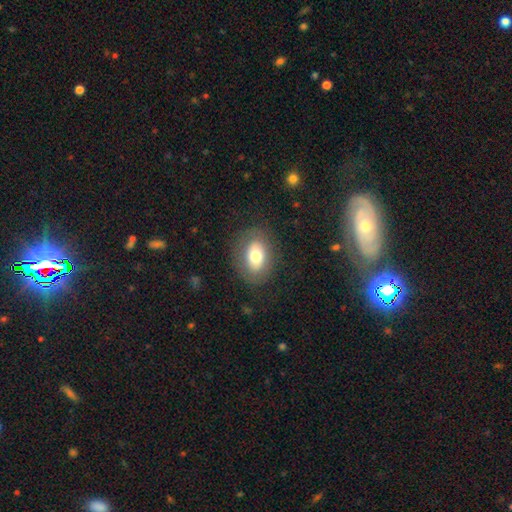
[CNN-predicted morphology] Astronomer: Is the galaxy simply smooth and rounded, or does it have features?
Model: smooth — 68%.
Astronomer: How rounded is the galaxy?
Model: in between — 76%.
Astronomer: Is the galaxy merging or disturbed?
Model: none — 81%.